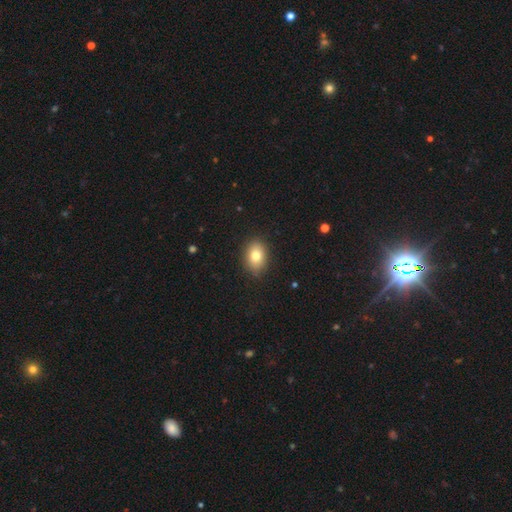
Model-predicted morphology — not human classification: A smooth galaxy with no disk features (80%) that is in between round and cigar-shaped (73%). Merging: none (86%).